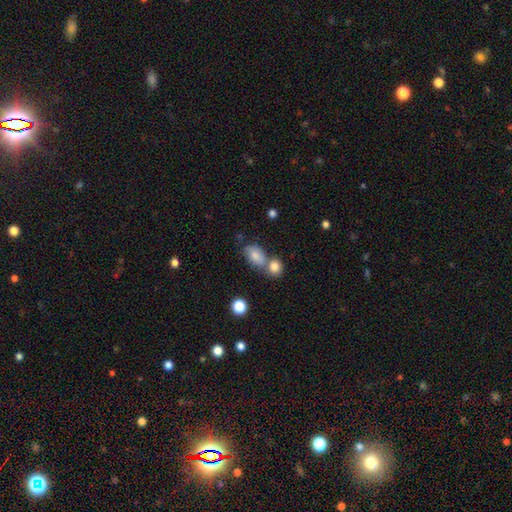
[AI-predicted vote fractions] smooth-or-featured: smooth: 77% | featured or disk: 14% | star or artifact: 9%
  how-rounded: in between: 81% | round: 17% | cigar-shaped: 2%
  merging: merger: 45% | none: 38% | minor disturbance: 13% | major disturbance: 5%